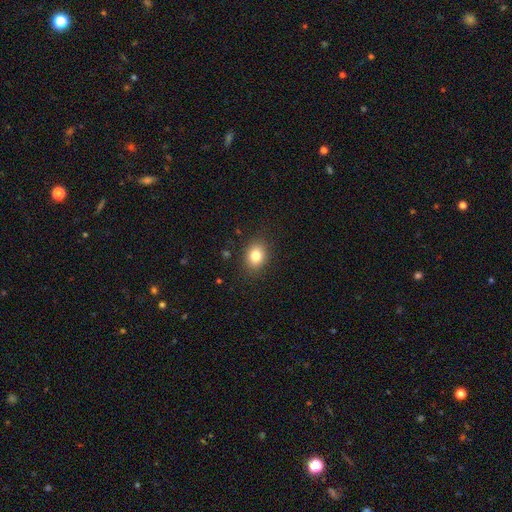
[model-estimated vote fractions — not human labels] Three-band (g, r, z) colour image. It shows a smooth galaxy with no disk features (81%) that is in between round and cigar-shaped (50%). Merging: none (88%).